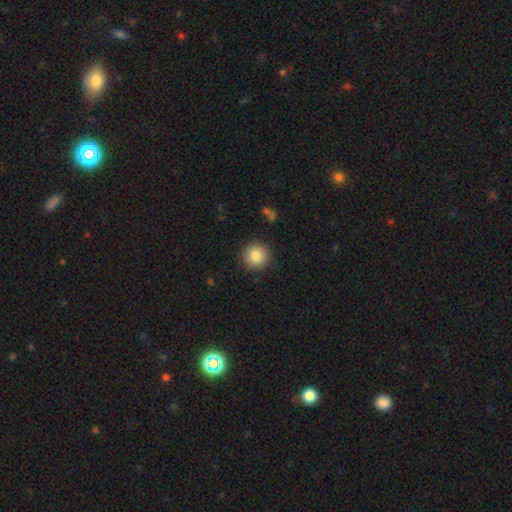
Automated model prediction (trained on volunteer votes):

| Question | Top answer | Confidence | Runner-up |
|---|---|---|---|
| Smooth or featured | smooth | 85% | star or artifact (9%) |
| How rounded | round | 95% | in between (4%) |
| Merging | none | 90% | minor disturbance (6%) |